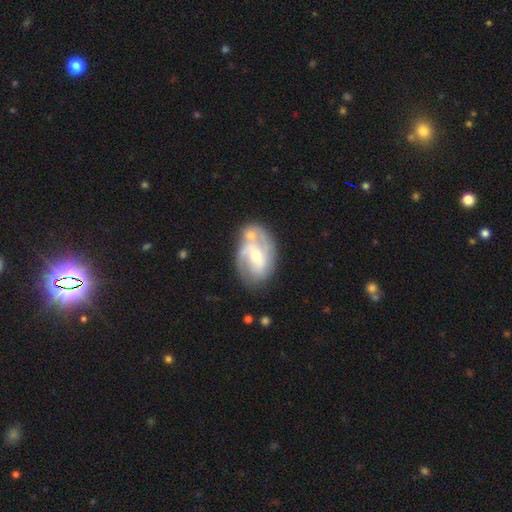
featured or disk 85%, smooth 10%, star or artifact 5%. Down the decision tree: edge-on disk — no (94%); bar — weak (55%); spiral arms — yes (97%); spiral arm count — 2 (73%); spiral winding — medium (67%); bulge size — moderate (58%); merging — none (62%).